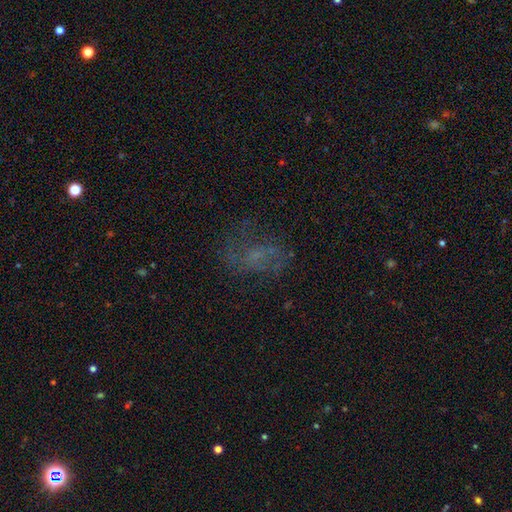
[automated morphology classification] Q: Smooth or featured?
A: featured or disk (43%); runner-up: smooth (34%)
Q: Merging?
A: none (56%); runner-up: major disturbance (22%)